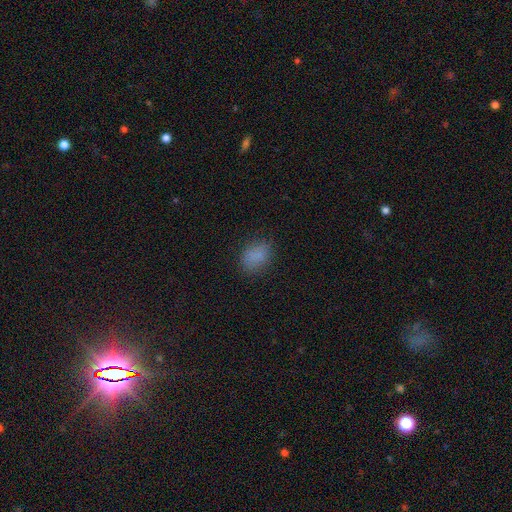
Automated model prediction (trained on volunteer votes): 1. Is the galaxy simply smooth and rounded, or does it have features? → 81% smooth, 12% star or artifact, 7% featured or disk.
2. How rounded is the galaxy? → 75% in between, 24% round, 2% cigar-shaped.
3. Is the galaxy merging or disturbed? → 78% none, 15% minor disturbance, 5% major disturbance, 1% merger.